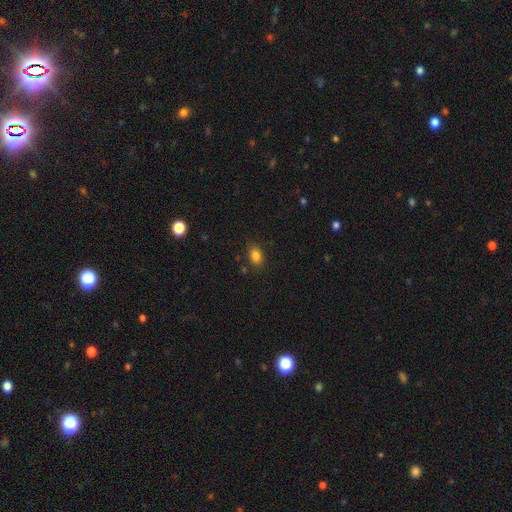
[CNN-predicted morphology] smooth_or_featured: smooth (p=0.83) [alt: star or artifact p=0.11]
how_rounded: in between (p=0.77) [alt: round p=0.22]
merging: none (p=0.84) [alt: minor disturbance p=0.11]